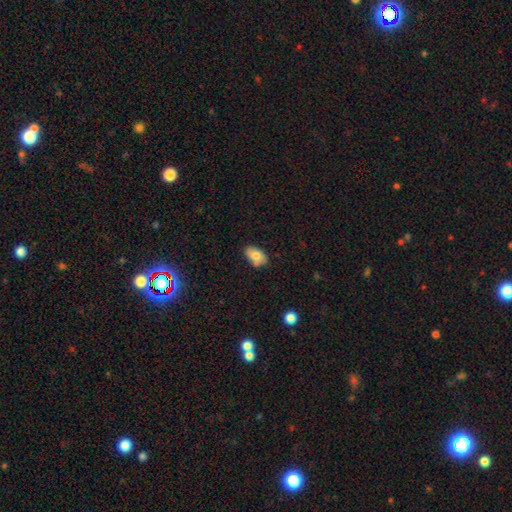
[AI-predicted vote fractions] smooth-or-featured: smooth: 74% | featured or disk: 19% | star or artifact: 8%
  how-rounded: in between: 91% | round: 8% | cigar-shaped: 1%
  merging: none: 69% | minor disturbance: 19% | merger: 9% | major disturbance: 3%